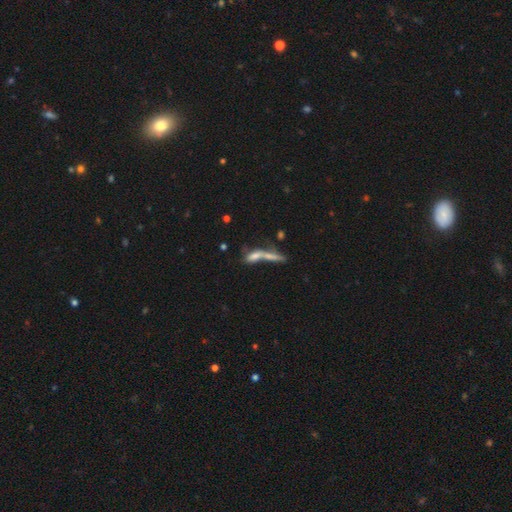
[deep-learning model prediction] smooth 51%, featured or disk 35%, star or artifact 14%. Down the decision tree: how rounded — cigar-shaped (72%); merging — merger (49%).